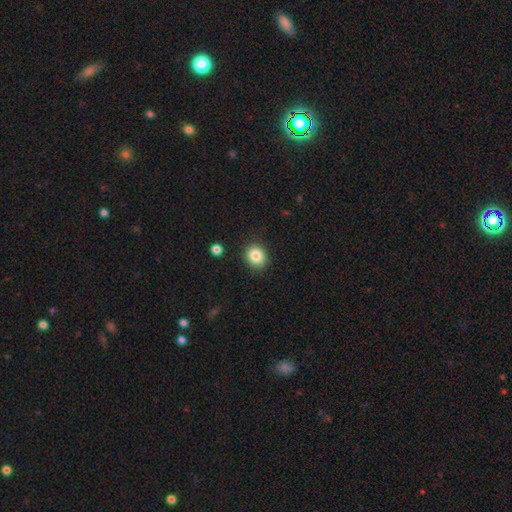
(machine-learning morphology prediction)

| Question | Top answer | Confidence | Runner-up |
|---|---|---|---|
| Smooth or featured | smooth | 85% | star or artifact (10%) |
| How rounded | round | 70% | in between (29%) |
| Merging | none | 88% | minor disturbance (8%) |